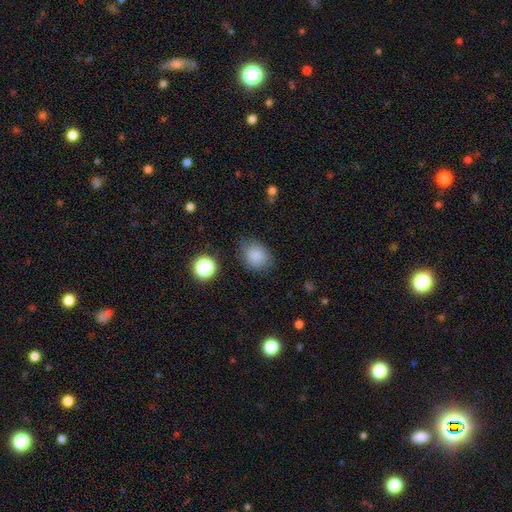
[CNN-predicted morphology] Overall: smooth (83%). How rounded: round (56%; in between 43%). Merging: none (73%).